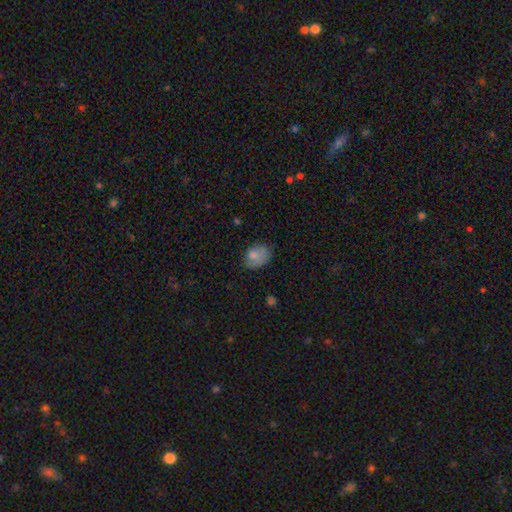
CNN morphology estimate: This appears to be a smooth galaxy with no disk features (79%) that is in between round and cigar-shaped (67%). Merging: none (51%).